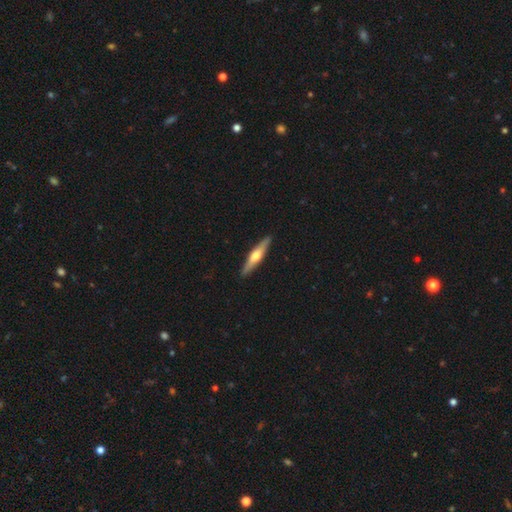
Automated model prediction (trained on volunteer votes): featured or disk 59%, smooth 36%, star or artifact 5%. Down the decision tree: edge-on disk — yes (95%); edge-on bulge — rounded (91%); merging — none (91%).